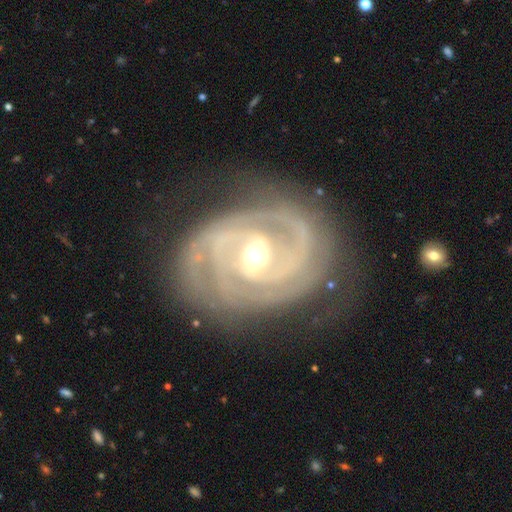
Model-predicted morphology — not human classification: Smooth or featured? Predicted: featured or disk (p=0.92). Edge-on disk? Predicted: no (p=0.97). Bar? Predicted: weak (p=0.43). Spiral arms? Predicted: yes (p=0.98). Spiral winding? Predicted: tight (p=0.66). Spiral arm count? Predicted: 2 (p=0.58). Bulge size? Predicted: moderate (p=0.61). Merging? Predicted: none (p=0.79).